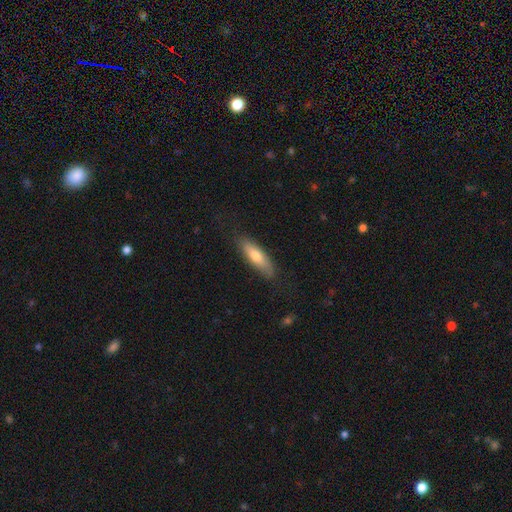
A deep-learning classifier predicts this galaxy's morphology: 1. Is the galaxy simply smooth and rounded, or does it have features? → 66% smooth, 28% featured or disk, 6% star or artifact.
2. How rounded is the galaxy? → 59% cigar-shaped, 39% in between, 2% round.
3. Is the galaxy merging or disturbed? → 80% none, 15% minor disturbance, 4% major disturbance, 1% merger.